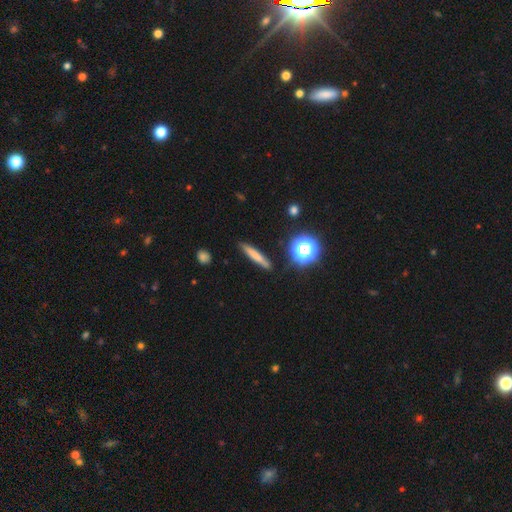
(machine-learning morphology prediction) This is likely a smooth galaxy (70%). How rounded: clearly cigar-shaped (90%). Merging: clearly none (86%).